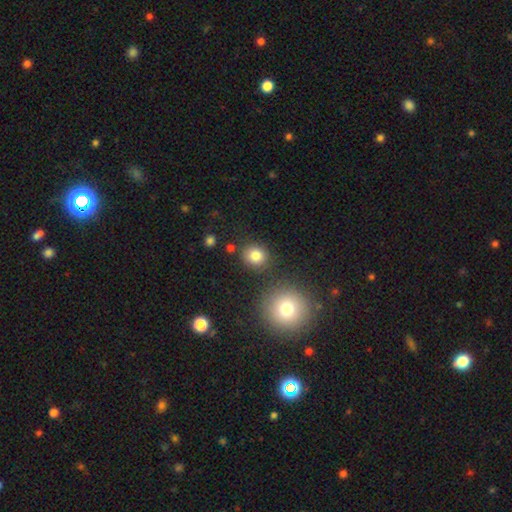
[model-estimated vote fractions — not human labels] Q: Smooth or featured?
A: smooth (82%); runner-up: star or artifact (12%)
Q: How rounded?
A: round (81%); runner-up: in between (18%)
Q: Merging?
A: none (82%); runner-up: minor disturbance (8%)